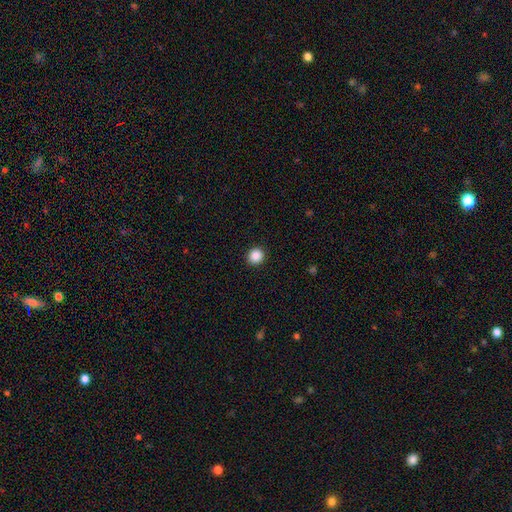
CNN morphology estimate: Q: Smooth or featured?
A: smooth (88%); runner-up: star or artifact (10%)
Q: How rounded?
A: round (92%); runner-up: in between (7%)
Q: Merging?
A: none (92%); runner-up: minor disturbance (5%)